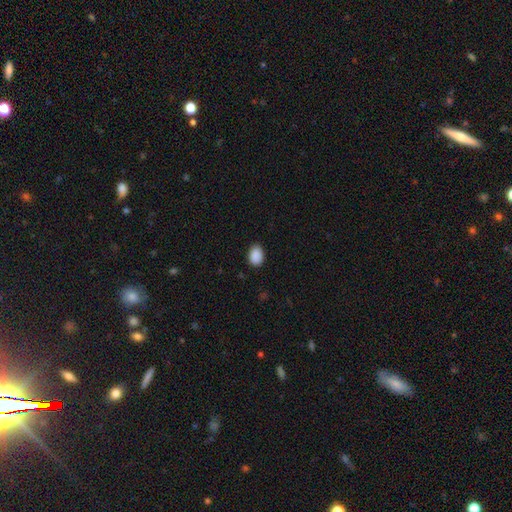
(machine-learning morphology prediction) Smooth or featured: smooth — 90% (star or artifact — 7%)
How rounded: in between — 78% (round — 21%)
Merging: none — 85% (minor disturbance — 12%)